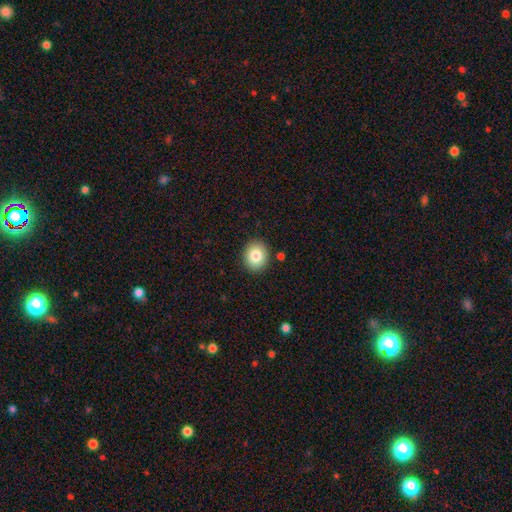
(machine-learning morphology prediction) Smooth or featured? Predicted: smooth (p=0.82). How rounded? Predicted: round (p=0.69). Merging? Predicted: none (p=0.90).